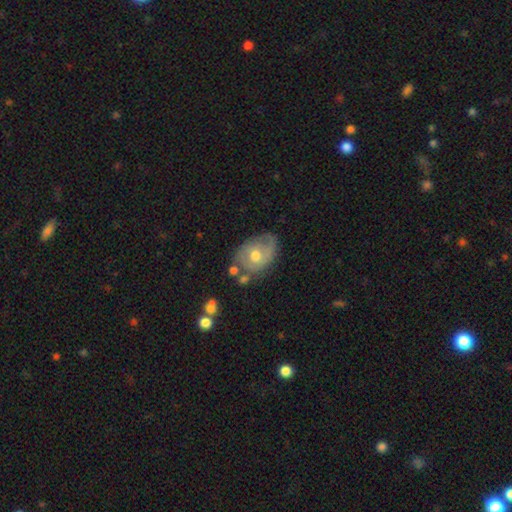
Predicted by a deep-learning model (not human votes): smooth_or_featured: featured or disk (p=0.56) [alt: smooth p=0.37]
disk_edge_on: no (p=0.95) [alt: yes p=0.05]
bar: no (p=0.79) [alt: weak p=0.18]
has_spiral_arms: yes (p=0.62) [alt: no p=0.38]
bulge_size: moderate (p=0.76) [alt: small p=0.16]
merging: none (p=0.55) [alt: minor disturbance p=0.27]